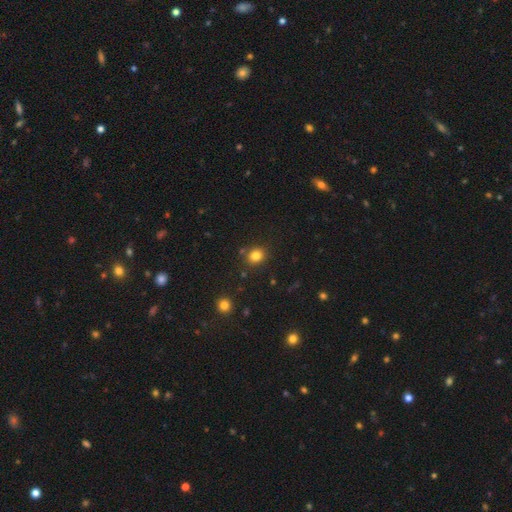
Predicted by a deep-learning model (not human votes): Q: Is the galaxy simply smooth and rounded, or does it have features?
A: smooth — 82%.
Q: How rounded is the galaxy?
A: round — 73%.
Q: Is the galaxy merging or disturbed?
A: none — 84%.